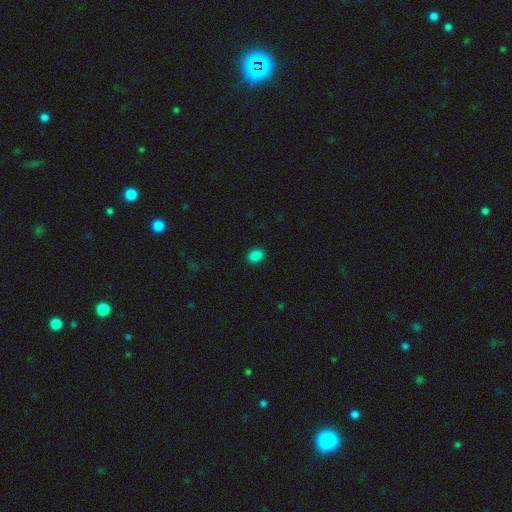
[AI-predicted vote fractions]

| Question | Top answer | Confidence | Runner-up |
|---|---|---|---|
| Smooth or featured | smooth | 85% | star or artifact (12%) |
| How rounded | in between | 60% | round (39%) |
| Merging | none | 90% | minor disturbance (7%) |